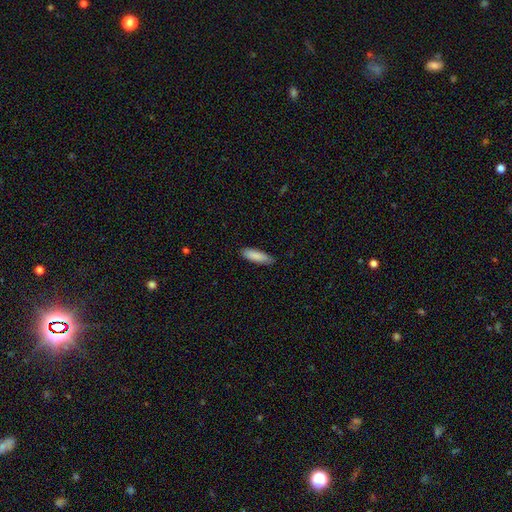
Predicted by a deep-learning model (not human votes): This appears to be a smooth galaxy with no disk features (87%) that is cigar-shaped (57%). Merging: none (84%).